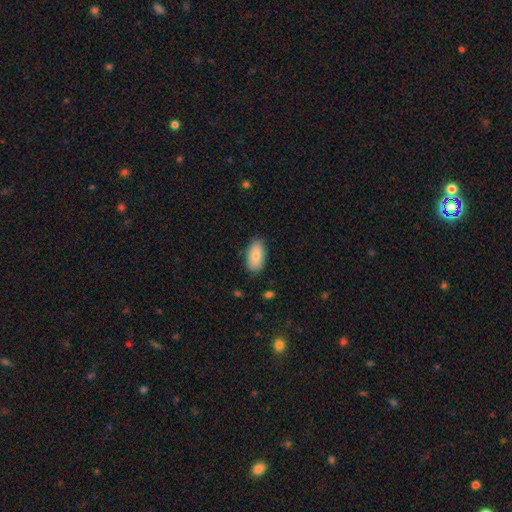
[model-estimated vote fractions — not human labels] Morphology: type=smooth (84%); roundness=in between (93%); merging=none (85%).